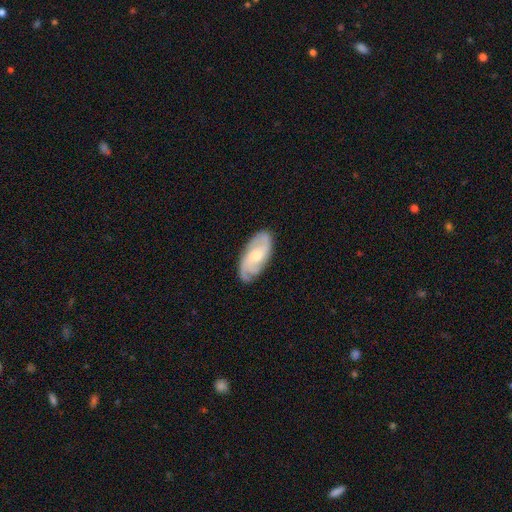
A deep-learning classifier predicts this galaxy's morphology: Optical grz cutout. It shows a featured or disk galaxy (78%) with no bar (54%), 3 (35%) medium (44%) spiral arms (96%) and a moderate central bulge (53%). Merging: none (80%).